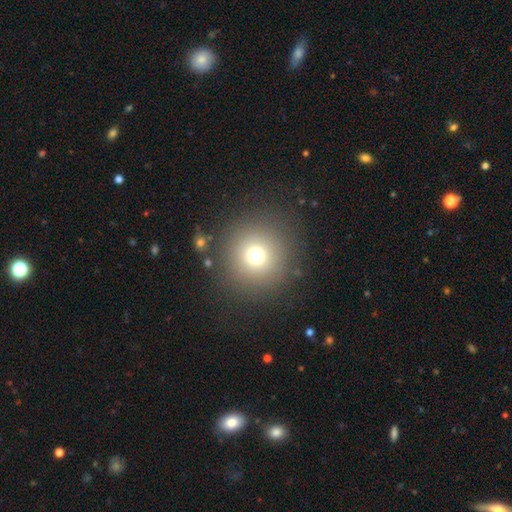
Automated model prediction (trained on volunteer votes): Smooth or featured?
  - smooth: 71% *
  - star or artifact: 18%
  - featured or disk: 10%
How rounded?
  - round: 95% *
  - in between: 4%
  - cigar-shaped: 1%
Merging?
  - none: 87% *
  - minor disturbance: 7%
  - major disturbance: 4%
  - merger: 2%